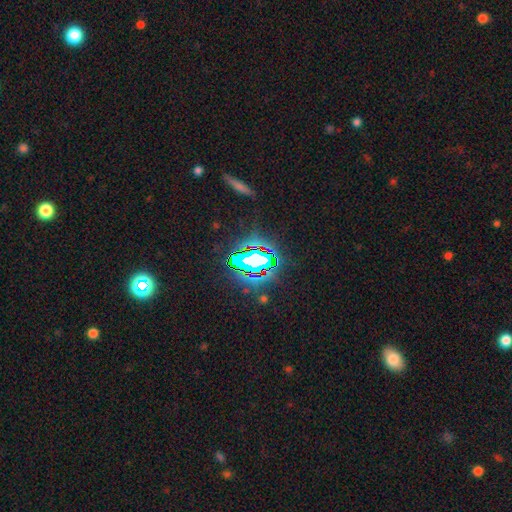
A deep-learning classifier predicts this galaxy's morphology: type=star or artifact (73%).